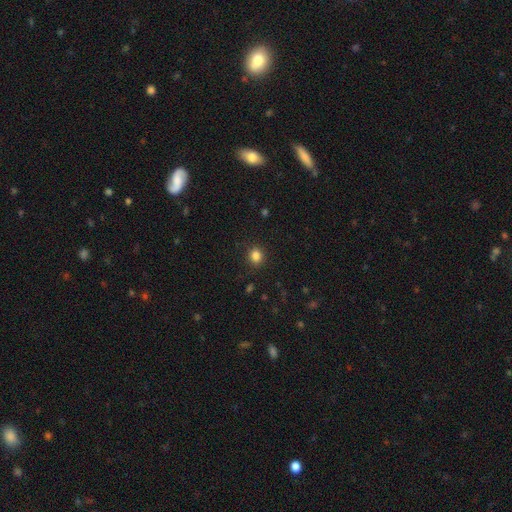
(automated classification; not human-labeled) smooth-or-featured: smooth: 84% | star or artifact: 12% | featured or disk: 4%
  how-rounded: round: 77% | in between: 22% | cigar-shaped: 1%
  merging: none: 89% | minor disturbance: 7% | major disturbance: 2% | merger: 1%